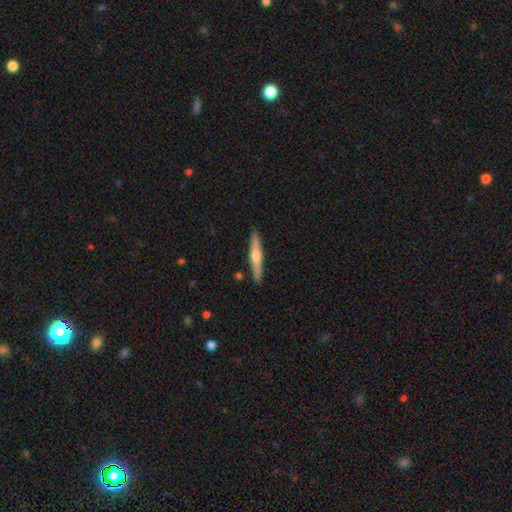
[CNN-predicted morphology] Smooth or featured? Predicted: featured or disk (p=0.62). Edge-on disk? Predicted: yes (p=0.97). Edge-on bulge? Predicted: rounded (p=0.87). Merging? Predicted: none (p=0.91).